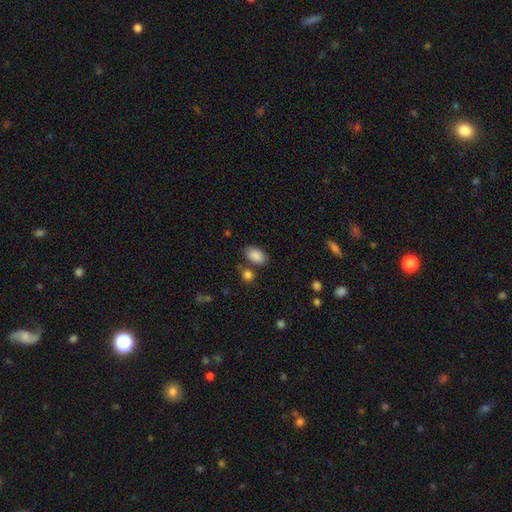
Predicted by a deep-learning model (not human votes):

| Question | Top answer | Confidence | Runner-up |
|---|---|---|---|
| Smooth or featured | smooth | 89% | star or artifact (7%) |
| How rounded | in between | 92% | round (6%) |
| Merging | none | 77% | minor disturbance (12%) |